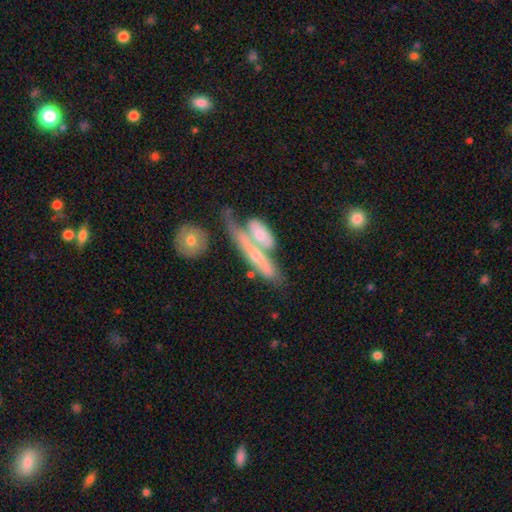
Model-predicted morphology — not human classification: A featured or disk galaxy (64%) viewed edge-on (61%).

Vote fractions:
- Smooth or featured? featured or disk: 64% / smooth: 26% / star or artifact: 9%
- Edge-on disk? yes: 61% / no: 39%
- Merging? merger: 44% / none: 36% / minor disturbance: 12% / major disturbance: 8%